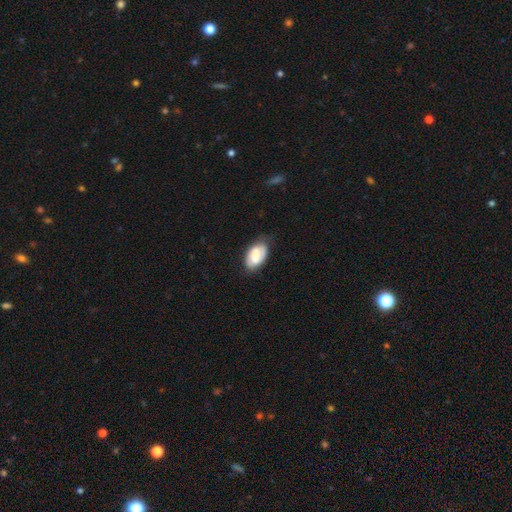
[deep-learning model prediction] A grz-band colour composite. It shows a smooth galaxy with no disk features (58%) that is in between round and cigar-shaped (93%). Merging: none (68%).